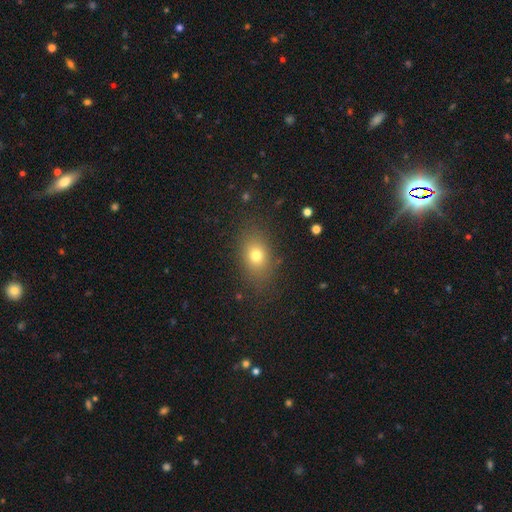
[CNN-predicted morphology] A smooth galaxy with no disk features (74%) that is in between round and cigar-shaped (71%). Merging: none (83%).